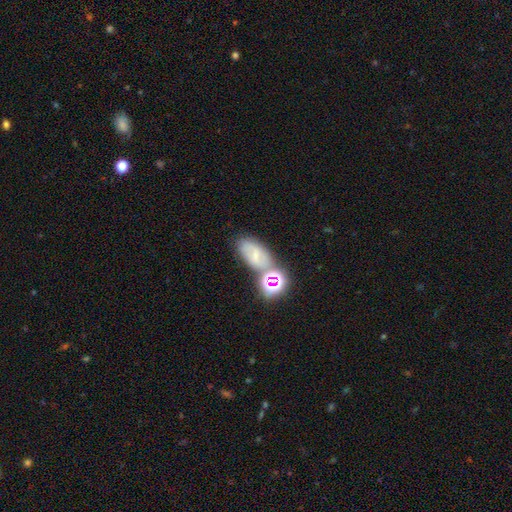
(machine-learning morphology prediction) type=smooth (44%); merging=none (59%).